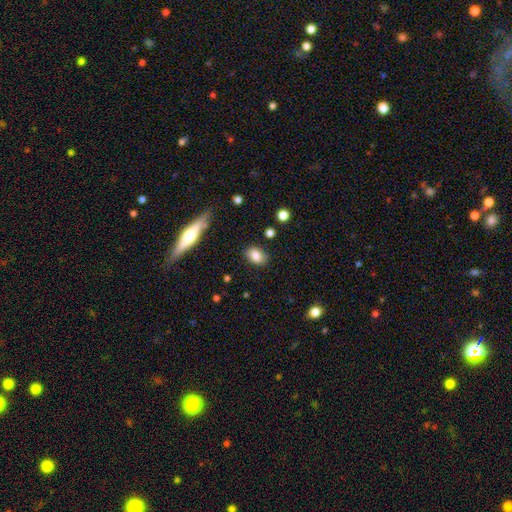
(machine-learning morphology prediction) A smooth galaxy with no disk features (83%) that is in between round and cigar-shaped (76%). Merging: none (83%).